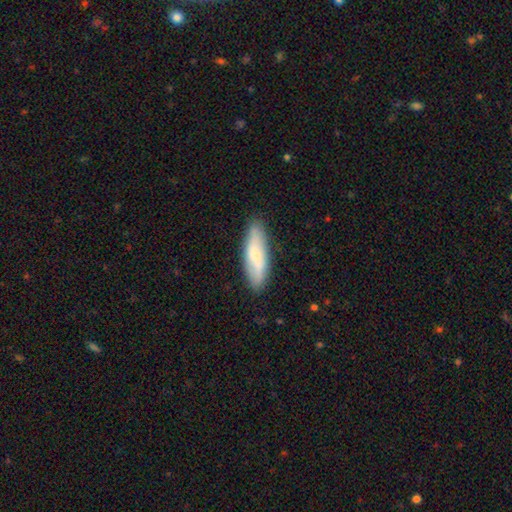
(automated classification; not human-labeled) Smooth or featured: smooth — 69% (featured or disk — 25%)
How rounded: cigar-shaped — 54% (in between — 44%)
Merging: none — 85% (minor disturbance — 12%)